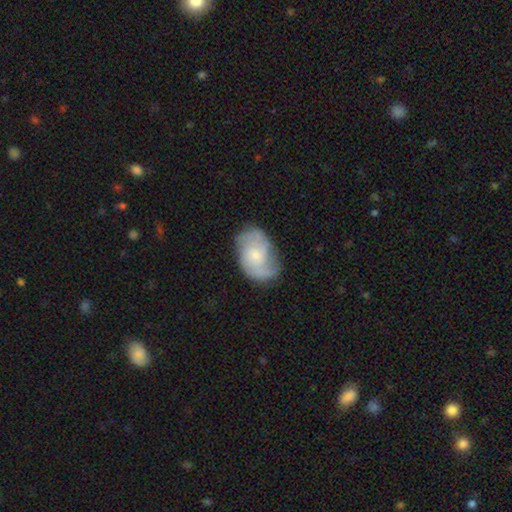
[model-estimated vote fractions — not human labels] Morphology: type=featured or disk (63%); edge-on=no (97%); bar=no (65%); spiral arms=yes (88%); winding=medium (45%); arm count=2 (60%); bulge=small (50%); merging=none (63%).